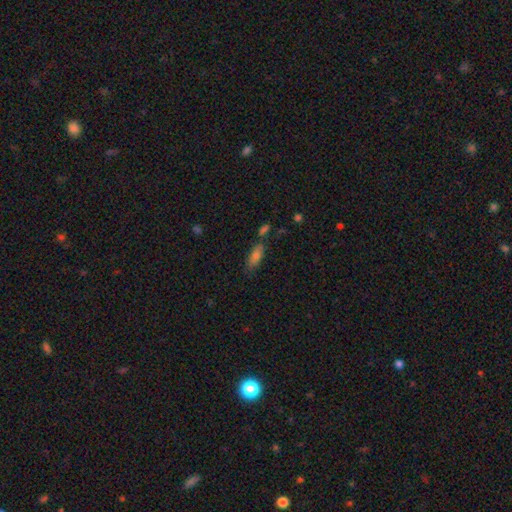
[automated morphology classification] type=smooth (76%); roundness=in between (69%); merging=none (63%).